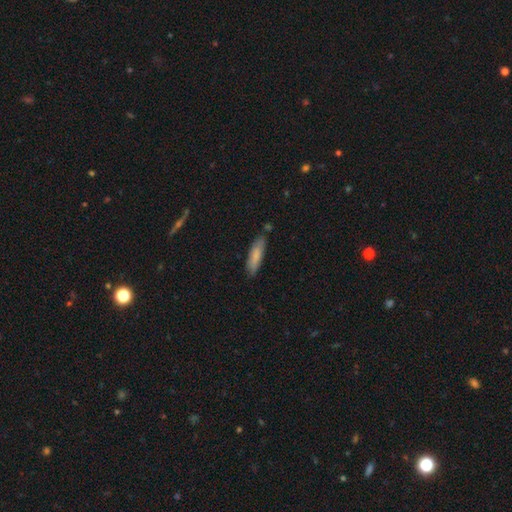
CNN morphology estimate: Smooth or featured?
  - smooth: 79% *
  - featured or disk: 15%
  - star or artifact: 6%
How rounded?
  - cigar-shaped: 63% *
  - in between: 35%
  - round: 1%
Merging?
  - none: 78% *
  - minor disturbance: 16%
  - merger: 3%
  - major disturbance: 3%